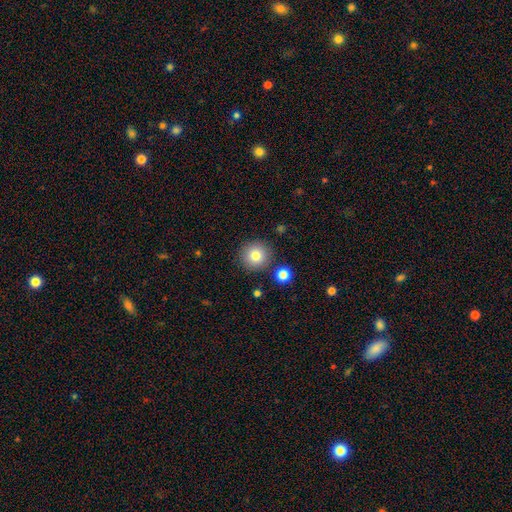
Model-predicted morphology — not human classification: A smooth galaxy with no disk features (81%) that is round (95%).

Vote fractions:
- Smooth or featured? smooth: 81% / star or artifact: 10% / featured or disk: 9%
- How rounded? round: 95% / in between: 4% / cigar-shaped: 1%
- Merging? none: 86% / minor disturbance: 7% / merger: 5% / major disturbance: 2%